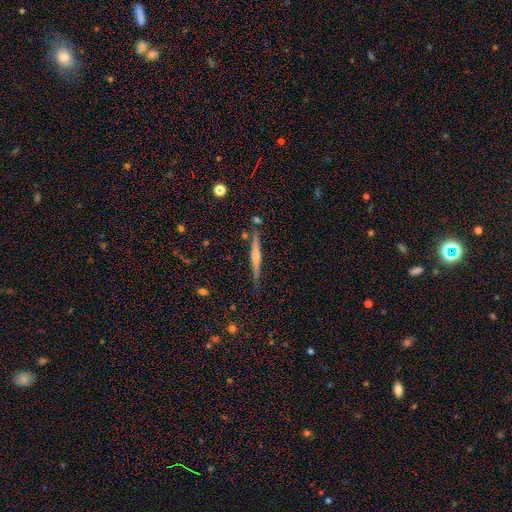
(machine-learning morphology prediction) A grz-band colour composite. It shows a featured or disk galaxy (67%) viewed edge-on (97%) with a rounded central bulge (69%). Merging: none (81%).